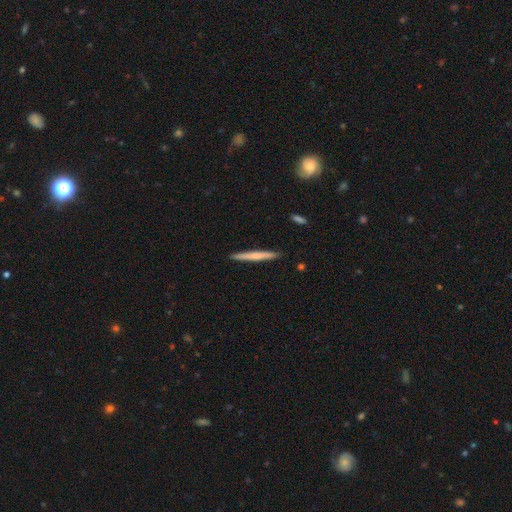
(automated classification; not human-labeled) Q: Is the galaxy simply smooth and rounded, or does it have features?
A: smooth — 56%.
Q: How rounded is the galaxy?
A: cigar-shaped — 97%.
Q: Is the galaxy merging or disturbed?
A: none — 91%.